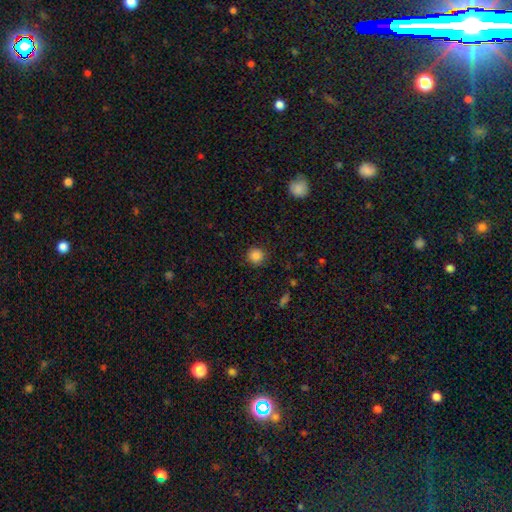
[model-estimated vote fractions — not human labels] Q: Smooth or featured?
A: smooth (85%); runner-up: star or artifact (11%)
Q: How rounded?
A: round (93%); runner-up: in between (6%)
Q: Merging?
A: none (89%); runner-up: minor disturbance (8%)